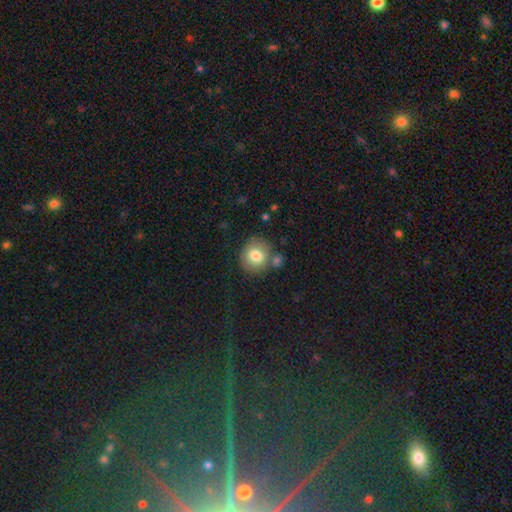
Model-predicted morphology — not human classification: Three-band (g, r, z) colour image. It shows a smooth galaxy with no disk features (78%) that is round (84%). Merging: none (68%).